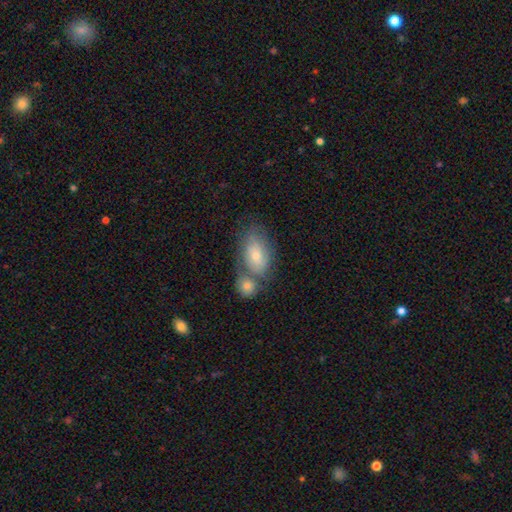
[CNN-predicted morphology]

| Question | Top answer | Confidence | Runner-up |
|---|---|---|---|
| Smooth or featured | smooth | 65% | featured or disk (26%) |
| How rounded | in between | 88% | round (9%) |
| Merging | merger | 42% | none (37%) |